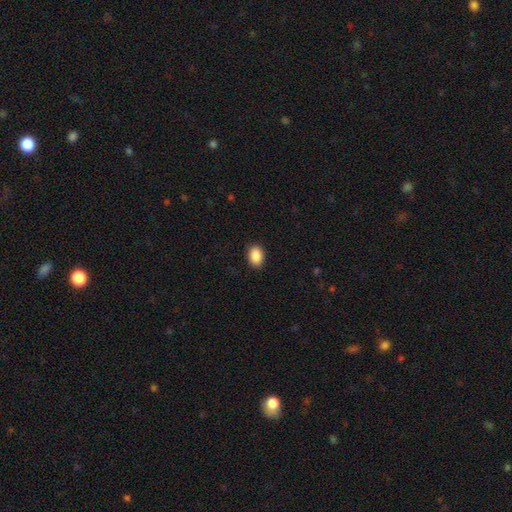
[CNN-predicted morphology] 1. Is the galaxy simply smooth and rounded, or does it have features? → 90% smooth, 7% star or artifact, 3% featured or disk.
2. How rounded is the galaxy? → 82% in between, 17% round, 1% cigar-shaped.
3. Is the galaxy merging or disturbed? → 90% none, 8% minor disturbance, 2% major disturbance, 1% merger.